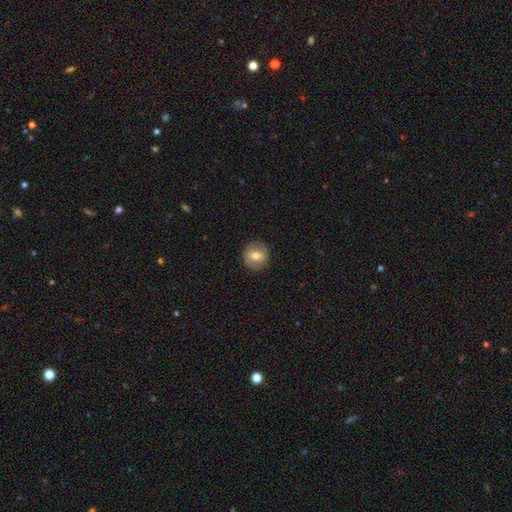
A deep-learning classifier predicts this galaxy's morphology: The model was most divided on "smooth or featured": smooth: 68%, featured or disk: 24%, star or artifact: 8%. More confident: how rounded — round (89%); merging — none (88%).